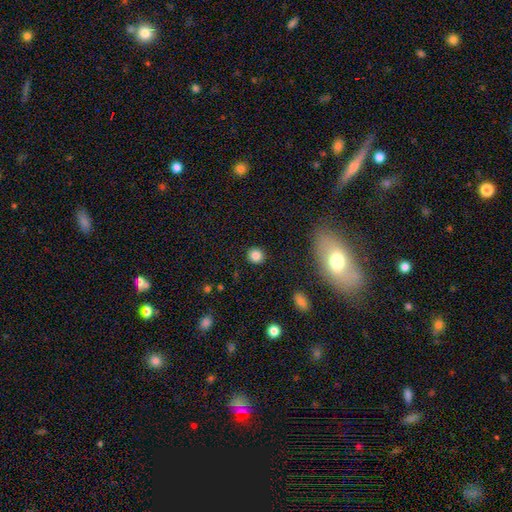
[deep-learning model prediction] Q: Smooth or featured?
A: smooth (84%); runner-up: star or artifact (11%)
Q: How rounded?
A: round (87%); runner-up: in between (12%)
Q: Merging?
A: none (91%); runner-up: minor disturbance (6%)